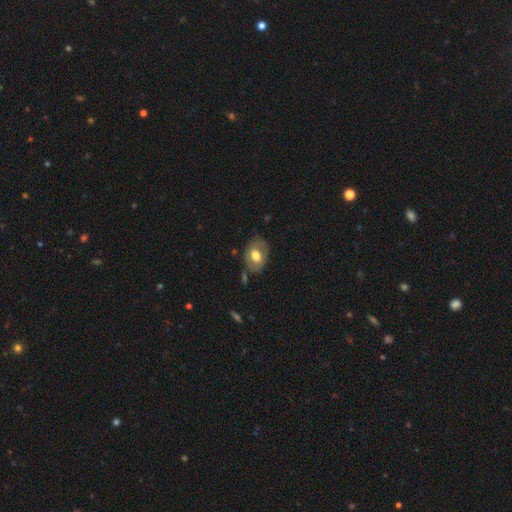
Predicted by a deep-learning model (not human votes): smooth 58%, featured or disk 35%, star or artifact 7%. Down the decision tree: how rounded — in between (77%); merging — none (69%).